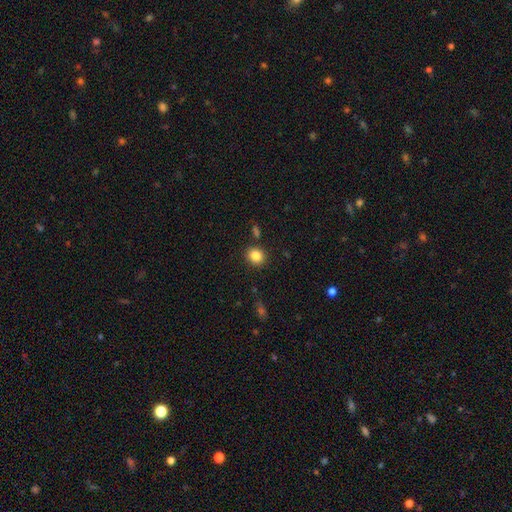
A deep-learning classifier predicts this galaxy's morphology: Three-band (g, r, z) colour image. It shows a smooth galaxy with no disk features (86%) that is round (79%). Merging: none (86%).